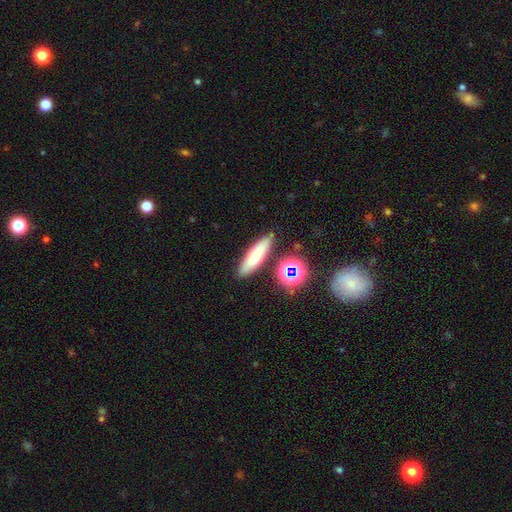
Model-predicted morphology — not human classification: This appears to be a smooth galaxy with no disk features (65%) that is cigar-shaped (59%). Merging: none (83%).